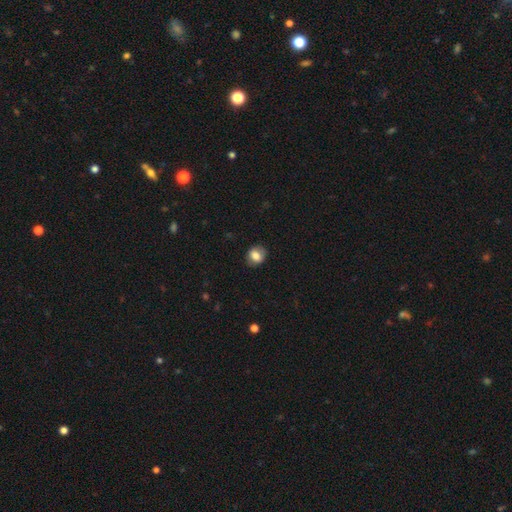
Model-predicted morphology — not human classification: type=smooth (78%); roundness=round (65%); merging=none (83%).